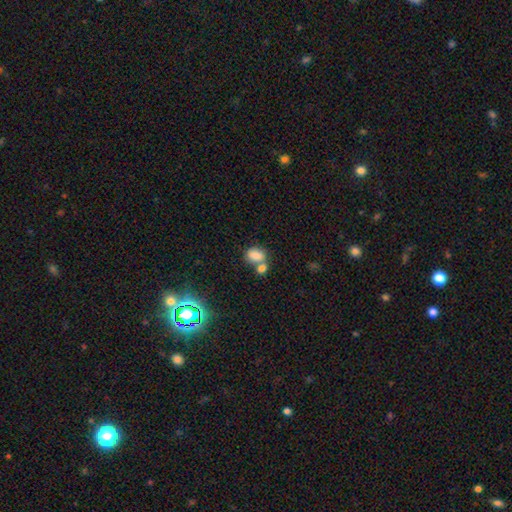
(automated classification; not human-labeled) This is likely a smooth galaxy (80%). How rounded: likely in between (74%). Merging: possibly merger (46%).